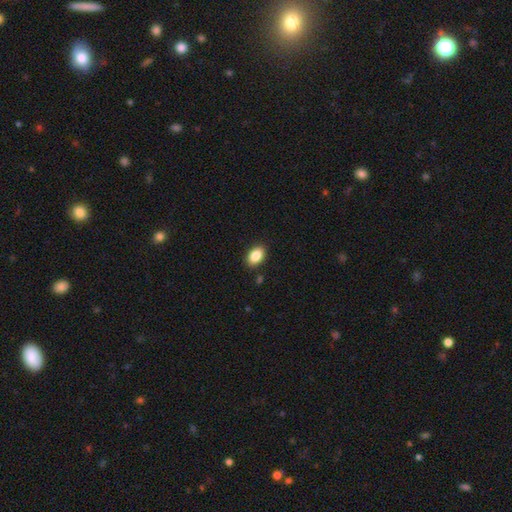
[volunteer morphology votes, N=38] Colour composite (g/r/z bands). It shows a smooth galaxy with no disk features (92%) that is in between round and cigar-shaped (89%). Merging: none (94%).